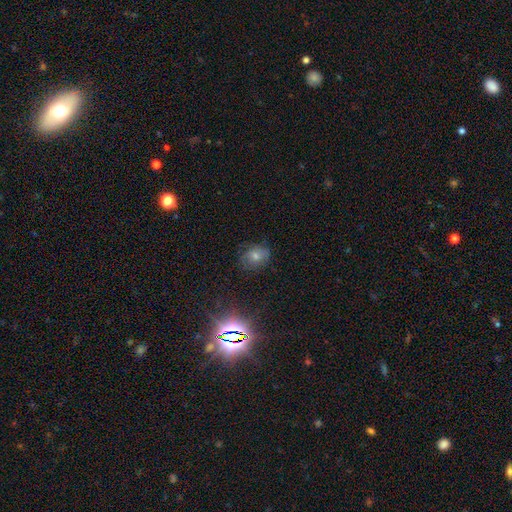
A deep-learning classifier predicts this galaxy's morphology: smooth-or-featured: smooth: 42% | star or artifact: 37% | featured or disk: 21%
  merging: none: 77% | minor disturbance: 16% | major disturbance: 6% | merger: 2%